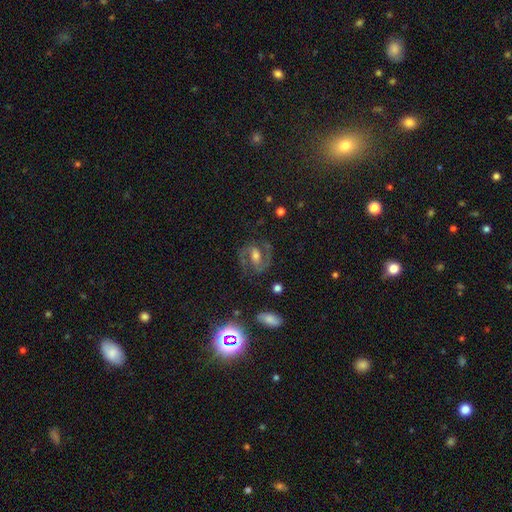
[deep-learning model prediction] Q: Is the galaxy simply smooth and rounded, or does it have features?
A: featured or disk — 84%.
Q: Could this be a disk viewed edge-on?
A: no — 97%.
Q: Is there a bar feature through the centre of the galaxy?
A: weak — 45%.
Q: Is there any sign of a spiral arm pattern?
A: yes — 96%.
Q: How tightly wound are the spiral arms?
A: medium — 62%.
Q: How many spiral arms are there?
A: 2 — 93%.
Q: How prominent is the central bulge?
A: moderate — 58%.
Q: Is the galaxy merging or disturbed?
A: none — 78%.